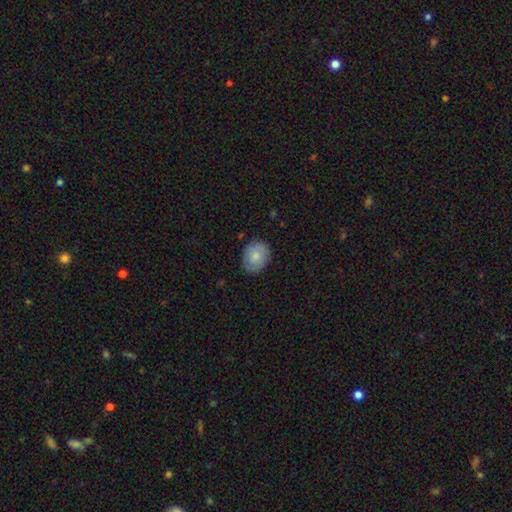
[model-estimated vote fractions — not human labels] Morphology: type=smooth (78%); roundness=in between (54%); merging=none (81%).